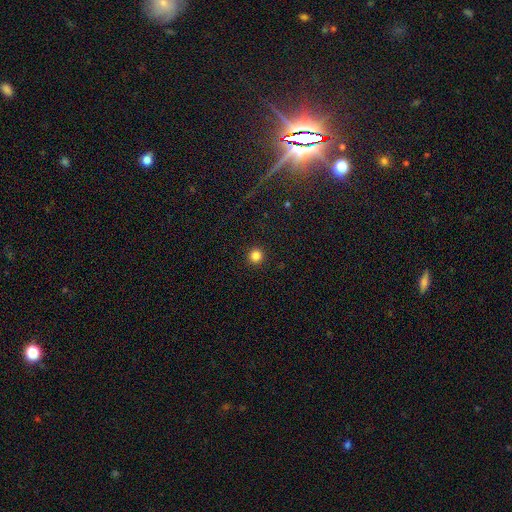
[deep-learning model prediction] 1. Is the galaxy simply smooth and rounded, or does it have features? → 84% smooth, 12% star or artifact, 4% featured or disk.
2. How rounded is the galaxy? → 96% round, 3% in between, 1% cigar-shaped.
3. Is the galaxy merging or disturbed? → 93% none, 4% minor disturbance, 2% major disturbance, 1% merger.